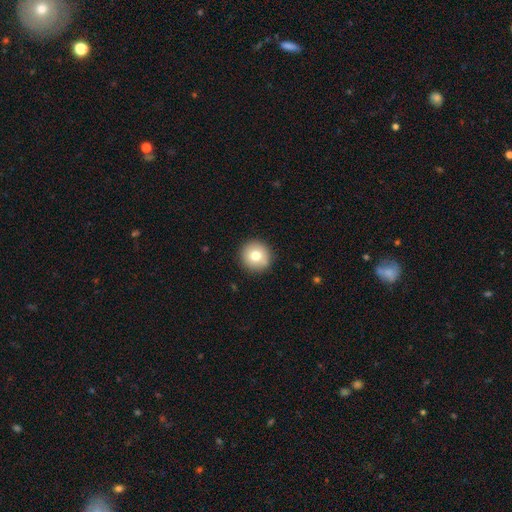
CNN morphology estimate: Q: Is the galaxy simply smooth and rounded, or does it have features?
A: smooth — 78%.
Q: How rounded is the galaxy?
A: round — 94%.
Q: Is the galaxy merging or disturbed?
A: none — 90%.